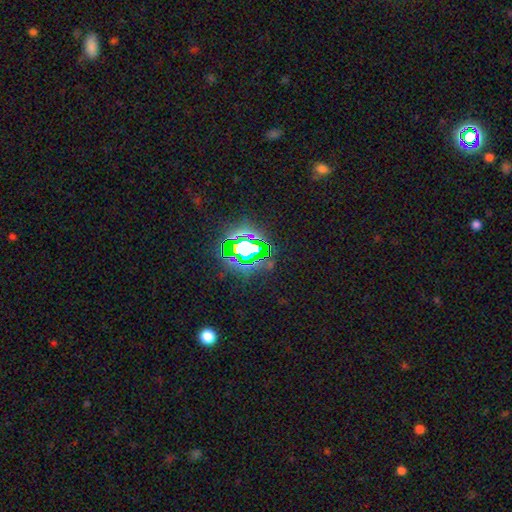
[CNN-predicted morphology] Overall: star or artifact (76%).